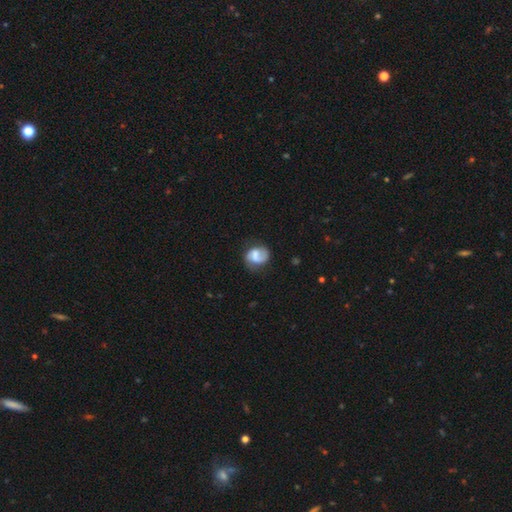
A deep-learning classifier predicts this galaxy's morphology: Smooth or featured? smooth (47%)
Merging? none (53%)